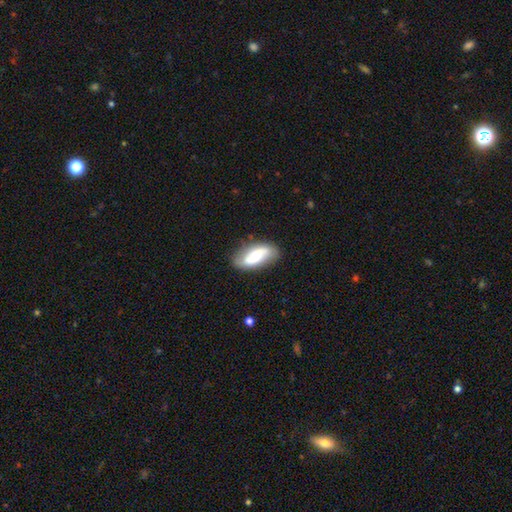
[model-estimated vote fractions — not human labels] featured or disk 55%, smooth 39%, star or artifact 6%. Down the decision tree: edge-on disk — no (90%); merging — none (81%).